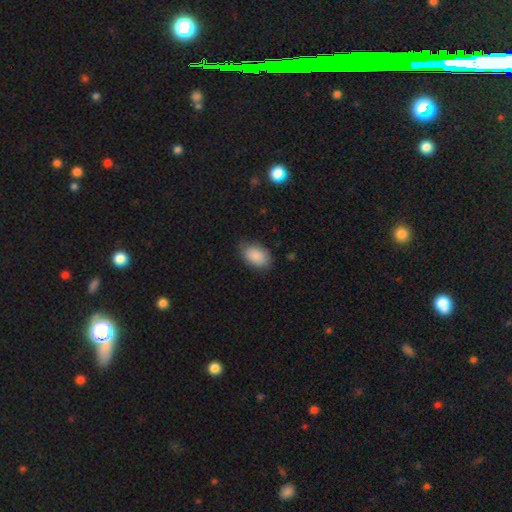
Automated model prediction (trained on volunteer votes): Overall: smooth (89%). How rounded: in between (90%). Merging: none (77%).